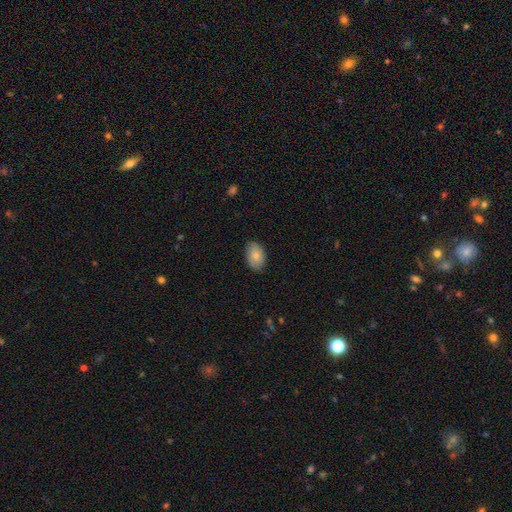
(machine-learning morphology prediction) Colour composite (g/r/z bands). It shows a smooth galaxy with no disk features (81%) that is in between round and cigar-shaped (90%). Merging: none (84%).